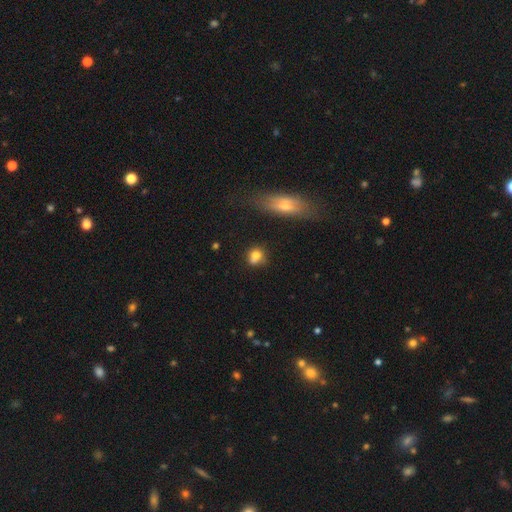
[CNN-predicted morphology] This is likely a smooth galaxy (75%). How rounded: likely round (71%). Merging: possibly none (51%).